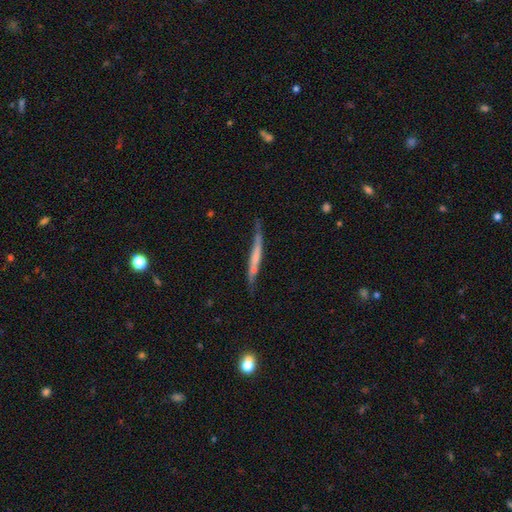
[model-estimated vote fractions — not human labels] smooth-or-featured: featured or disk: 48% | smooth: 47% | star or artifact: 6%
  merging: none: 60% | minor disturbance: 26% | major disturbance: 8% | merger: 6%